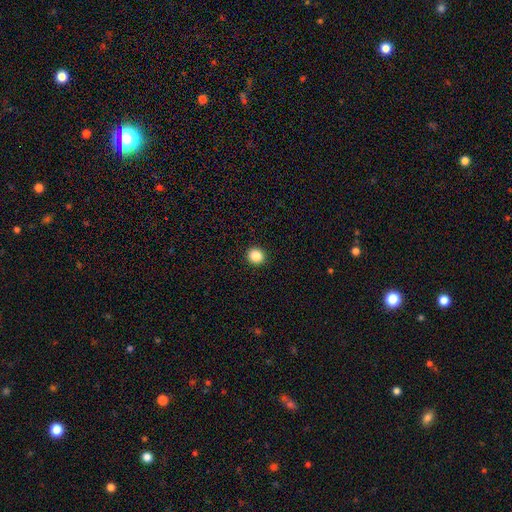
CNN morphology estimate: smooth 87%, star or artifact 10%, featured or disk 3%. Down the decision tree: how rounded — round (88%); merging — none (93%).